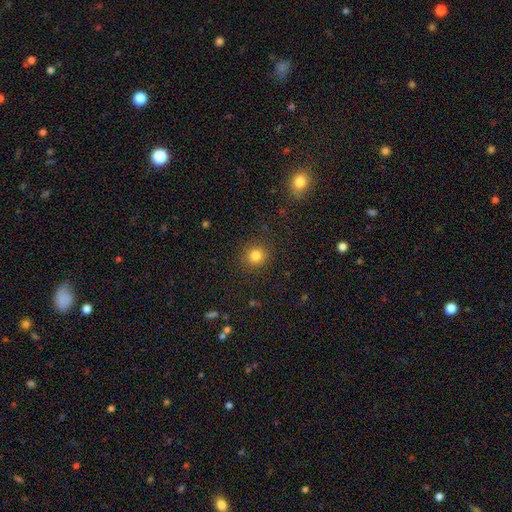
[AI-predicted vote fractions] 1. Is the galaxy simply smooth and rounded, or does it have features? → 82% smooth, 12% star or artifact, 5% featured or disk.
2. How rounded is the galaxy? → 88% round, 11% in between, 1% cigar-shaped.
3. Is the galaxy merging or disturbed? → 88% none, 7% minor disturbance, 3% major disturbance, 1% merger.